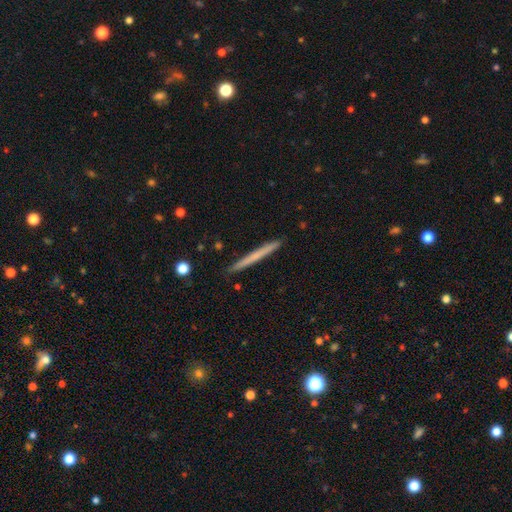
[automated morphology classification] smooth_or_featured: smooth (p=0.57) [alt: featured or disk p=0.37]
how_rounded: cigar-shaped (p=0.97) [alt: in between p=0.01]
merging: none (p=0.91) [alt: minor disturbance p=0.06]